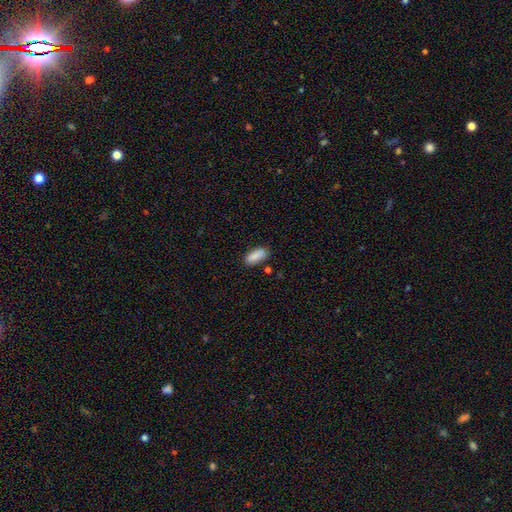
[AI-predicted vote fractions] A smooth galaxy with no disk features (88%) that is in between round and cigar-shaped (80%).

Vote fractions:
- Smooth or featured? smooth: 88% / star or artifact: 7% / featured or disk: 5%
- How rounded? in between: 80% / cigar-shaped: 18% / round: 2%
- Merging? none: 82% / minor disturbance: 12% / merger: 4% / major disturbance: 3%